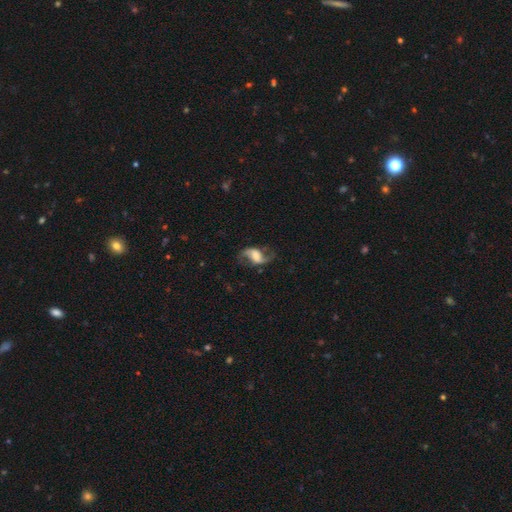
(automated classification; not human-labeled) Smooth or featured?
  - featured or disk: 79% *
  - smooth: 14%
  - star or artifact: 7%
Edge-on disk?
  - no: 96% *
  - yes: 4%
Bar?
  - weak: 44% *
  - no: 32%
  - strong: 24%
Spiral arms?
  - yes: 93% *
  - no: 7%
Spiral winding?
  - loose: 70% *
  - medium: 25%
  - tight: 5%
Spiral arm count?
  - 2: 92% *
  - 1: 3%
  - can't tell: 2%
  - 3: 1%
  - 4: 1%
  - more than 4: 1%
Bulge size?
  - large: 30% *
  - moderate: 24%
  - none: 21%
  - small: 18%
  - dominant: 6%
Merging?
  - none: 71% *
  - minor disturbance: 16%
  - major disturbance: 12%
  - merger: 2%